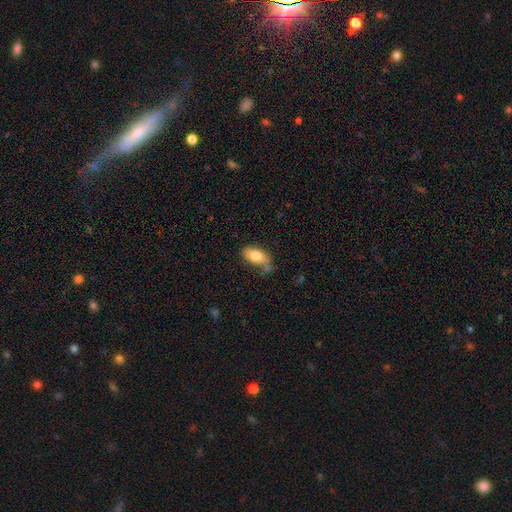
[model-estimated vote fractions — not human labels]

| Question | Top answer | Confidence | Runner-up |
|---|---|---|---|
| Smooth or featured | smooth | 78% | featured or disk (15%) |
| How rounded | in between | 90% | cigar-shaped (5%) |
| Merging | none | 56% | minor disturbance (25%) |